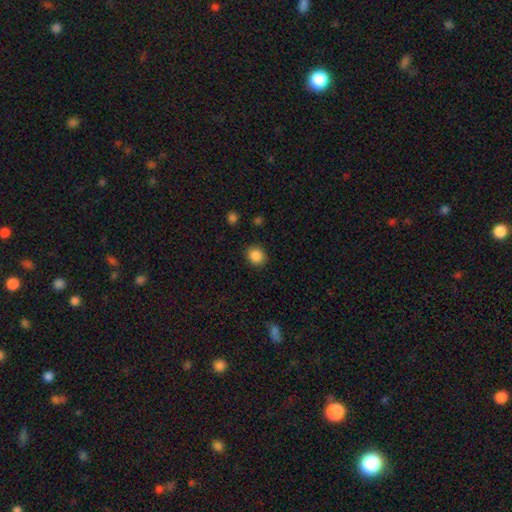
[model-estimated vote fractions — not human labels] A smooth galaxy with no disk features (87%) that is round (78%).

Vote fractions:
- Smooth or featured? smooth: 87% / star or artifact: 9% / featured or disk: 3%
- How rounded? round: 78% / in between: 21% / cigar-shaped: 1%
- Merging? none: 88% / minor disturbance: 8% / major disturbance: 3% / merger: 1%